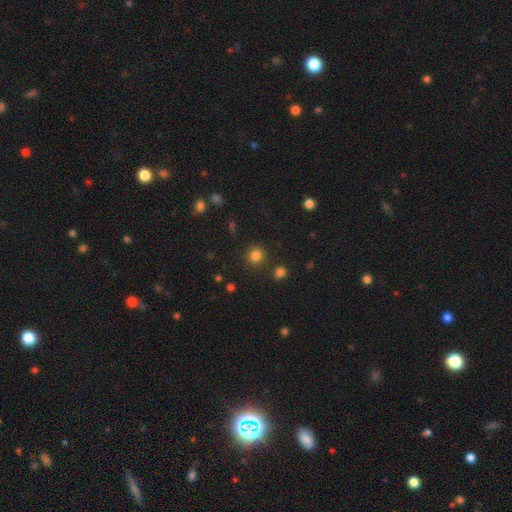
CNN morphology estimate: A smooth galaxy with no disk features (81%) that is round (91%).

Vote fractions:
- Smooth or featured? smooth: 81% / star or artifact: 14% / featured or disk: 5%
- How rounded? round: 91% / in between: 8% / cigar-shaped: 1%
- Merging? none: 87% / minor disturbance: 7% / merger: 4% / major disturbance: 3%